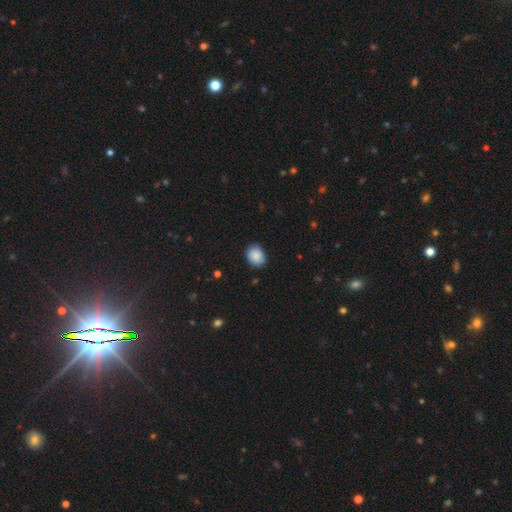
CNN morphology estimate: A smooth galaxy with no disk features (89%) that is in between round and cigar-shaped (51%).

Vote fractions:
- Smooth or featured? smooth: 89% / star or artifact: 7% / featured or disk: 4%
- How rounded? in between: 51% / round: 48% / cigar-shaped: 1%
- Merging? none: 85% / minor disturbance: 11% / major disturbance: 2% / merger: 1%